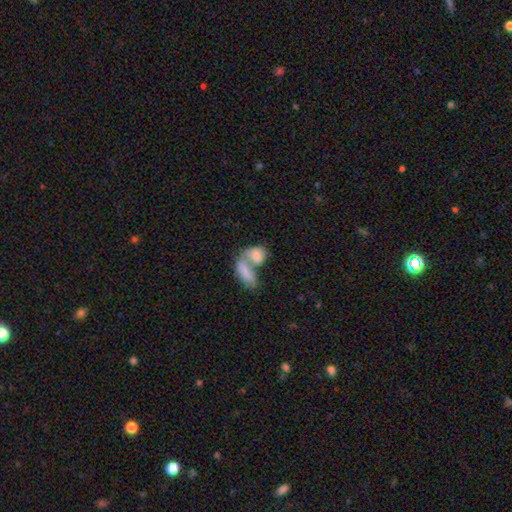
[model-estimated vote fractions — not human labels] Q: Smooth or featured?
A: smooth (75%); runner-up: featured or disk (17%)
Q: How rounded?
A: in between (84%); runner-up: round (11%)
Q: Merging?
A: merger (73%); runner-up: none (16%)